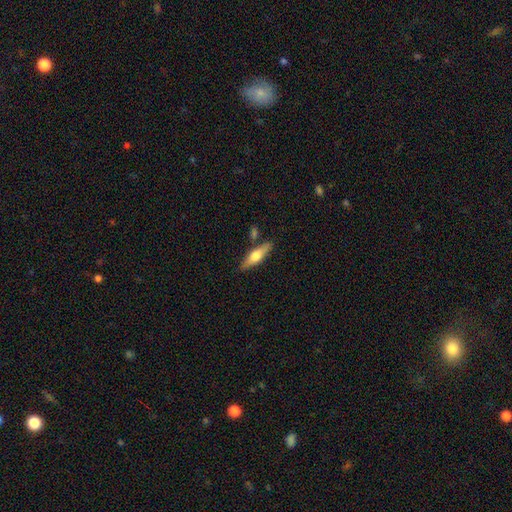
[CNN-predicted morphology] Smooth or featured? Predicted: smooth (p=0.51). How rounded? Predicted: cigar-shaped (p=0.60). Merging? Predicted: none (p=0.79).